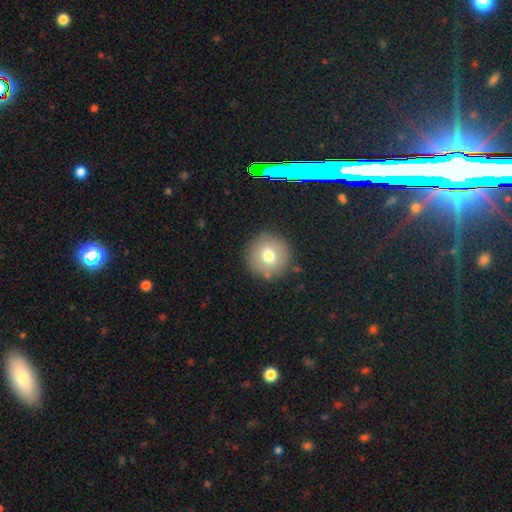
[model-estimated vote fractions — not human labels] This is marginally a star or artifact rather than a galaxy (43%).